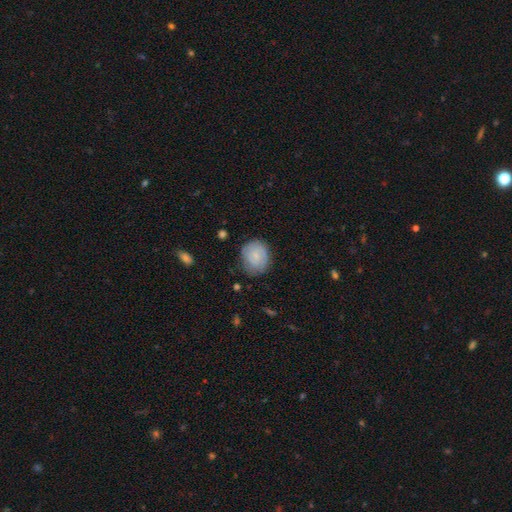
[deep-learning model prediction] Smooth or featured: smooth — 67% (featured or disk — 26%)
How rounded: round — 76% (in between — 23%)
Merging: none — 73% (minor disturbance — 20%)